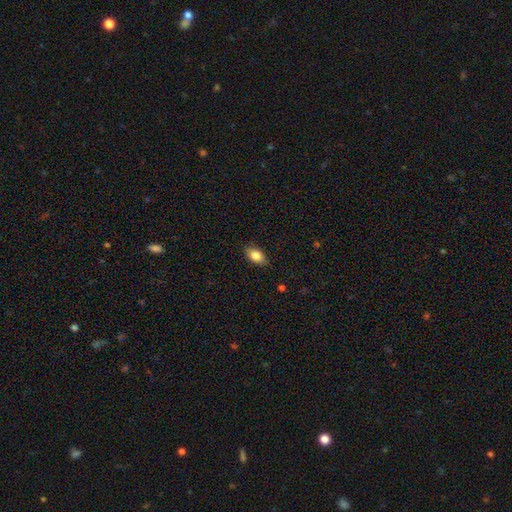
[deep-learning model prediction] This appears to be a smooth galaxy with no disk features (84%) that is in between round and cigar-shaped (88%). Merging: none (84%).